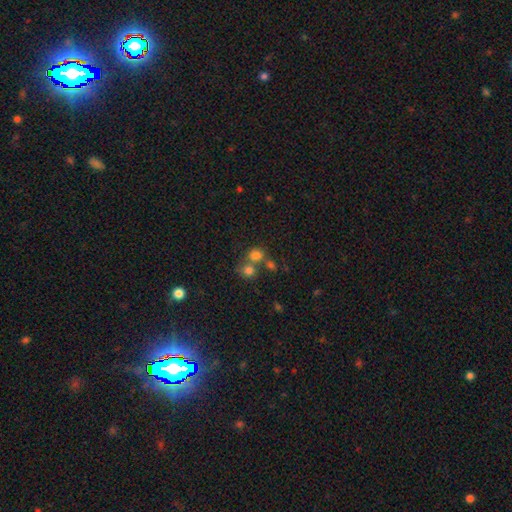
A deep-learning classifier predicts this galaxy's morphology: Smooth or featured: smooth — 75% (star or artifact — 16%)
How rounded: round — 79% (in between — 20%)
Merging: none — 48% (merger — 40%)